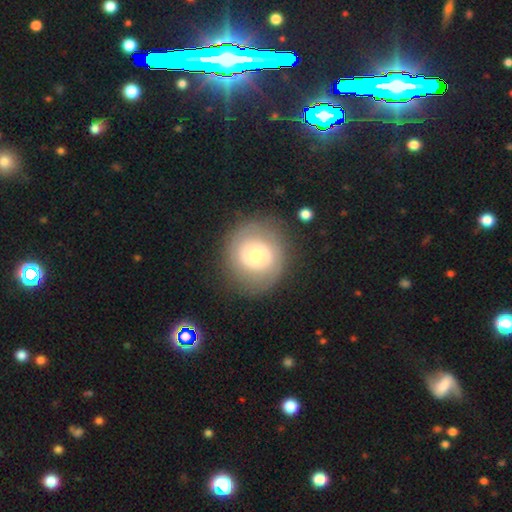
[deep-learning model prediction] Morphology: type=smooth (54%); roundness=round (90%); merging=none (79%).